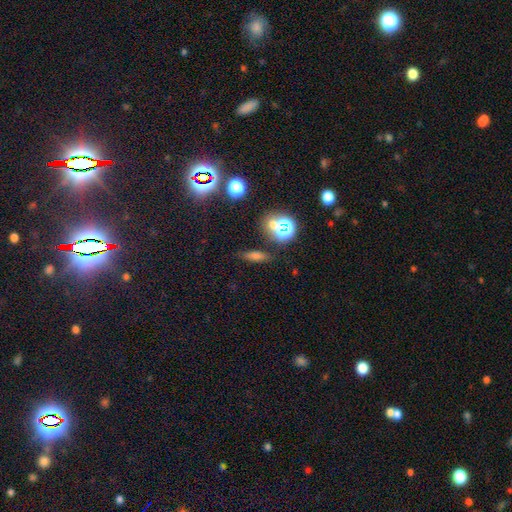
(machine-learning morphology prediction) This is possibly a smooth galaxy (60%). How rounded: possibly cigar-shaped (53%). Merging: likely none (79%).